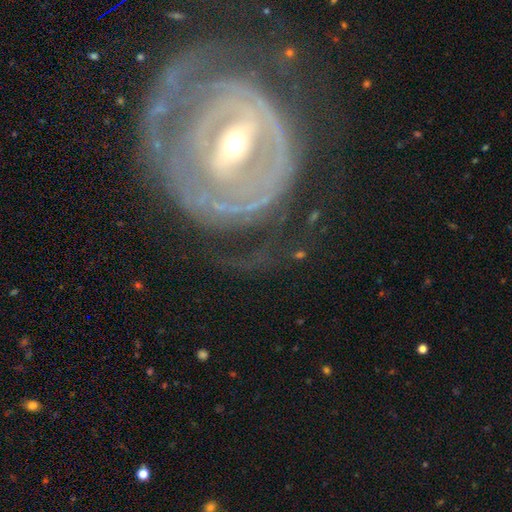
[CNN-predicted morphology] This is clearly a featured or disk galaxy (83%). It is clearly not viewed edge-on (95%). Bar: marginally strong (45%). Spiral arm pattern: likely yes (78%). Spiral arm count: marginally can't tell (41%). Spiral winding: likely tight (68%). Central bulge: likely small (62%). Merging: possibly none (54%).